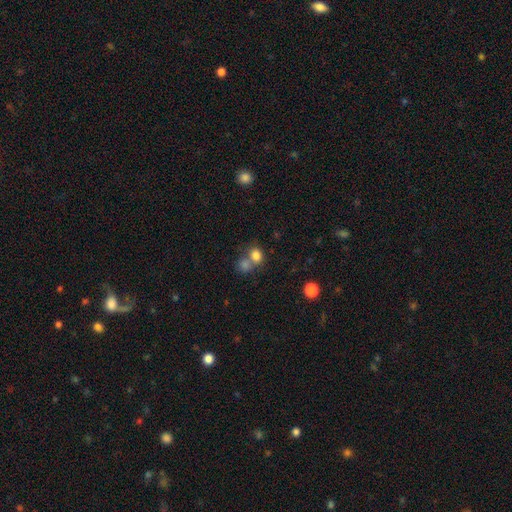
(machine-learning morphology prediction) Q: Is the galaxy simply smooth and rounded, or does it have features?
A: smooth — 80%.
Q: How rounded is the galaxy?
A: round — 63%.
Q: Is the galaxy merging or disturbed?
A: merger — 46%.